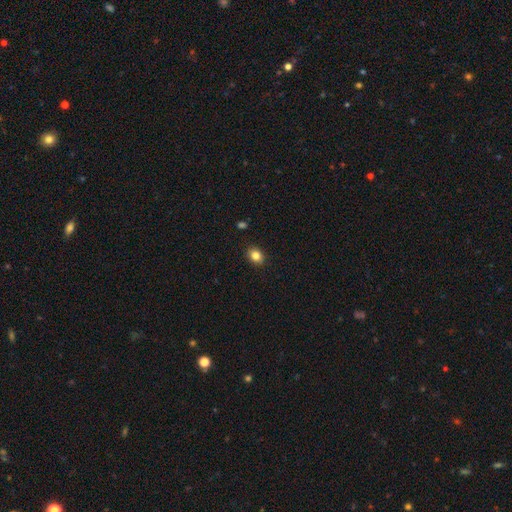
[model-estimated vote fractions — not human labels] smooth 84%, star or artifact 10%, featured or disk 6%. Down the decision tree: how rounded — in between (58%); merging — none (90%).